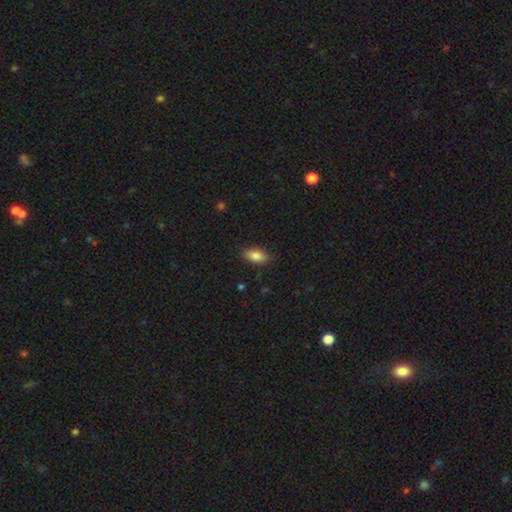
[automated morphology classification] Smooth or featured? smooth (83%)
How rounded? in between (86%)
Merging? none (84%)